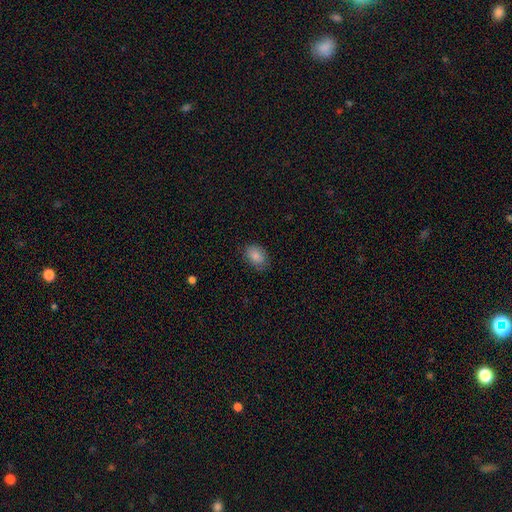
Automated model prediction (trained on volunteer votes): Morphology: type=smooth (86%); roundness=in between (81%); merging=none (81%).